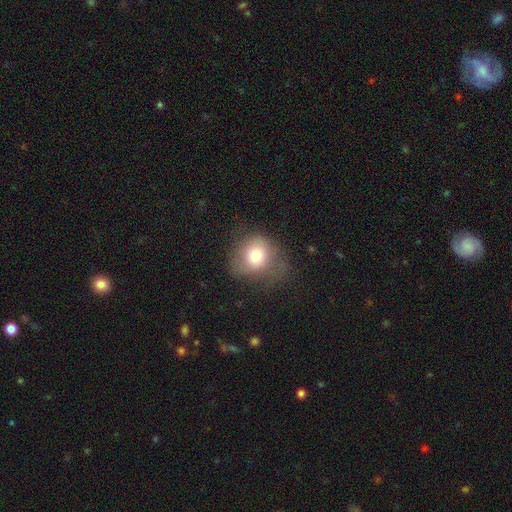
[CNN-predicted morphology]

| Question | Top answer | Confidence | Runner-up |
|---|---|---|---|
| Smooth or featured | smooth | 73% | featured or disk (16%) |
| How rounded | round | 71% | in between (28%) |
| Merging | none | 47% | minor disturbance (29%) |